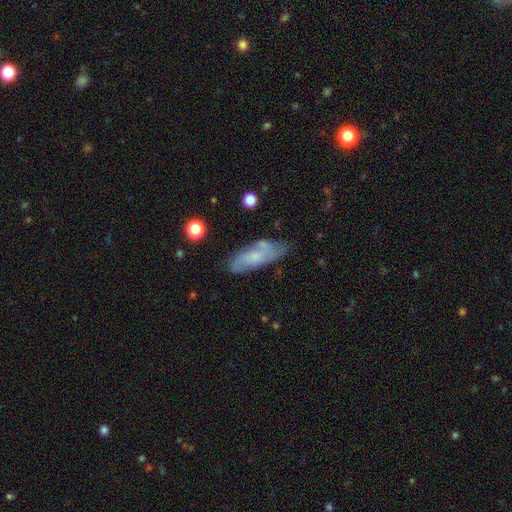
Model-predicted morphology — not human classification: Smooth or featured? featured or disk (50%)
Merging? none (66%)